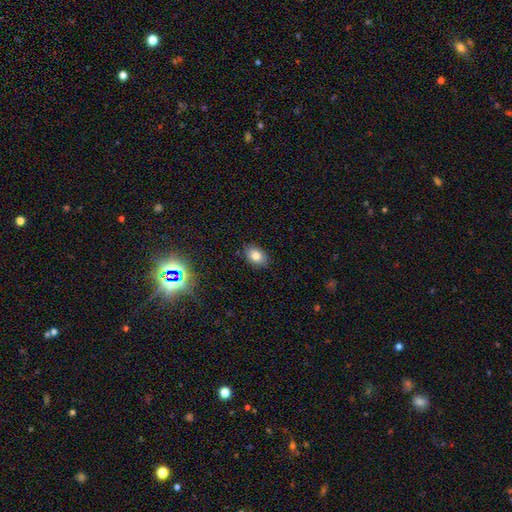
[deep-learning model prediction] Smooth or featured?
  - smooth: 81% *
  - star or artifact: 10%
  - featured or disk: 9%
How rounded?
  - in between: 80% *
  - round: 19%
  - cigar-shaped: 1%
Merging?
  - none: 87% *
  - minor disturbance: 10%
  - major disturbance: 2%
  - merger: 1%